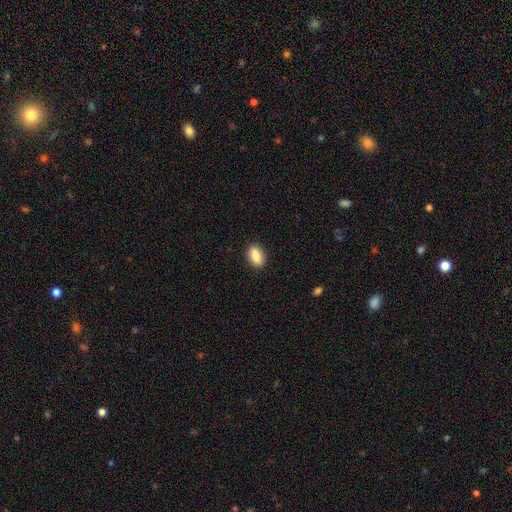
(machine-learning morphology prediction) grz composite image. It shows a smooth galaxy with no disk features (88%) that is in between round and cigar-shaped (89%). Merging: none (89%).